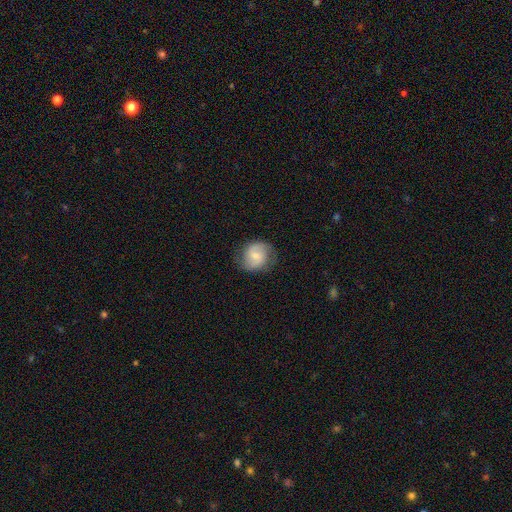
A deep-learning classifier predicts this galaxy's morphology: type=featured or disk (51%); edge-on=no (97%); merging=none (76%).